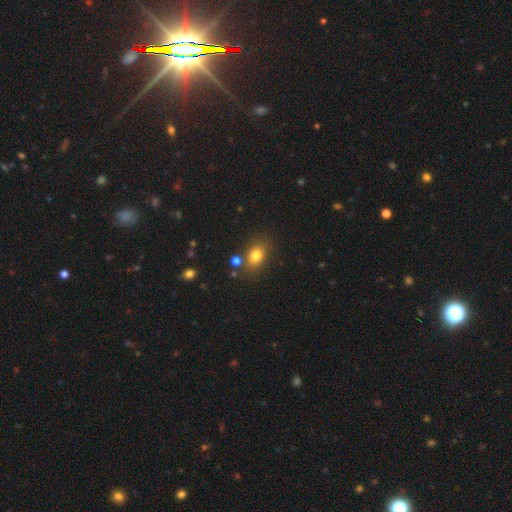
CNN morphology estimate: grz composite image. It shows a smooth galaxy with no disk features (81%) that is in between round and cigar-shaped (74%). Merging: none (75%).